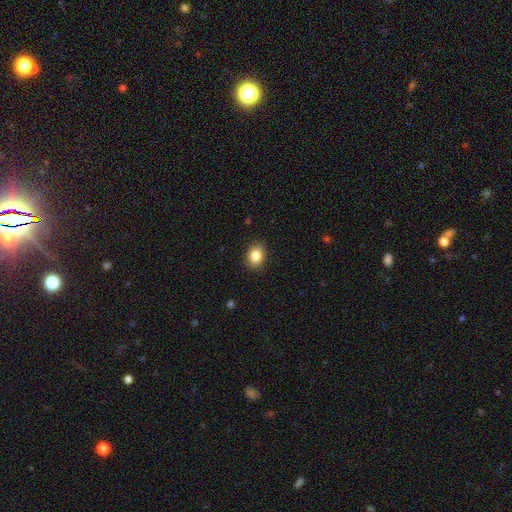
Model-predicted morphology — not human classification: This appears to be a smooth galaxy with no disk features (85%) that is in between round and cigar-shaped (63%). Merging: none (88%).